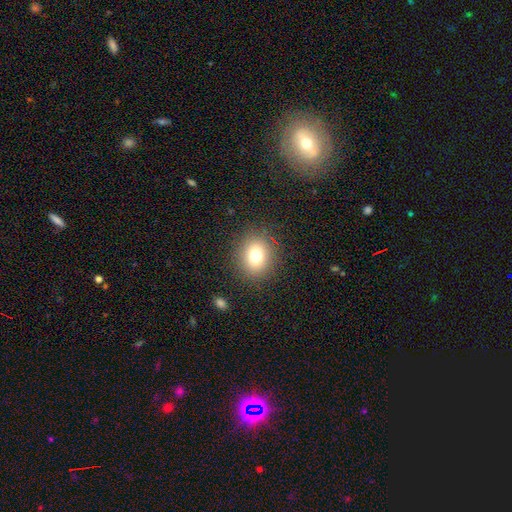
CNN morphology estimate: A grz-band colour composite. It shows a smooth galaxy with no disk features (76%) that is round (61%). Merging: none (87%).